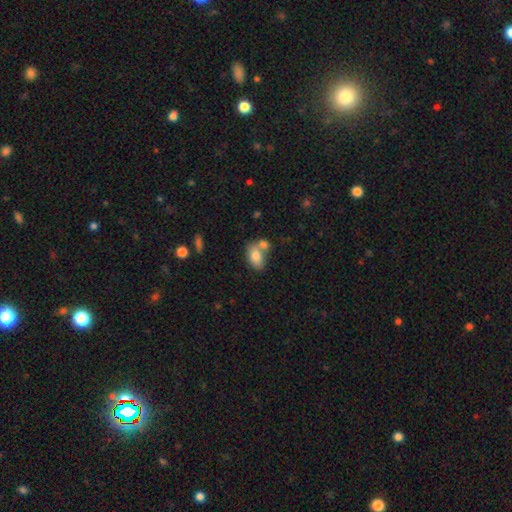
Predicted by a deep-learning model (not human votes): smooth 78%, featured or disk 14%, star or artifact 8%. Down the decision tree: how rounded — in between (87%); merging — none (44%).